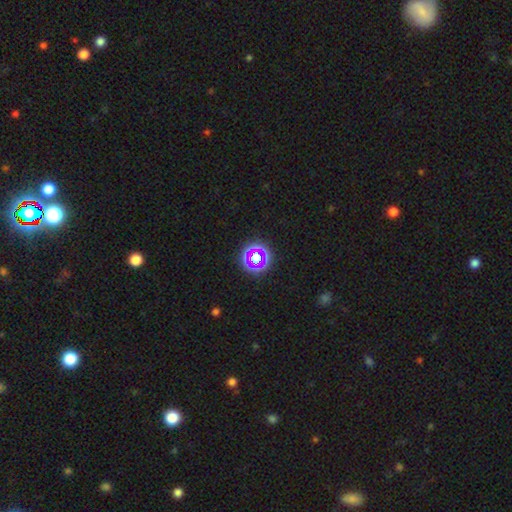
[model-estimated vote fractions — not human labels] Smooth or featured? Predicted: star or artifact (p=0.55).